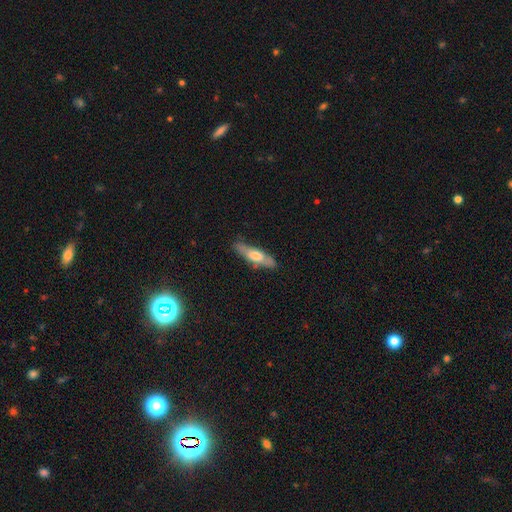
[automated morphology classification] Smooth or featured? smooth (52%)
How rounded? cigar-shaped (63%)
Merging? none (77%)